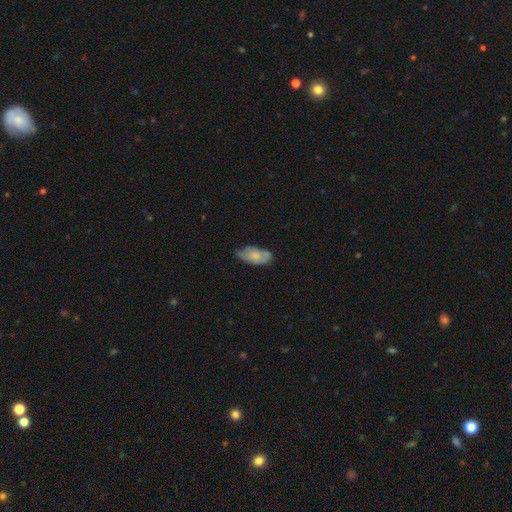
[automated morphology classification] A smooth galaxy with no disk features (61%) that is in between round and cigar-shaped (90%). Merging: none (57%).